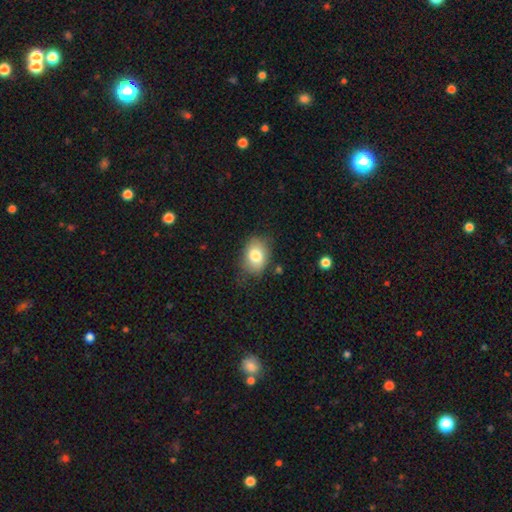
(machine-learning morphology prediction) smooth 79%, featured or disk 13%, star or artifact 8%. Down the decision tree: how rounded — in between (72%); merging — none (73%).